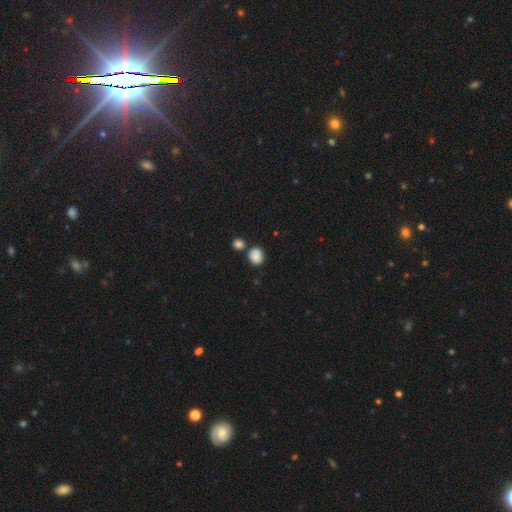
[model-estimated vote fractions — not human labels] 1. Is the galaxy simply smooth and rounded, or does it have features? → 86% smooth, 9% star or artifact, 5% featured or disk.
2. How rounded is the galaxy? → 65% round, 34% in between, 1% cigar-shaped.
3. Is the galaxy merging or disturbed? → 64% none, 20% merger, 12% minor disturbance, 4% major disturbance.